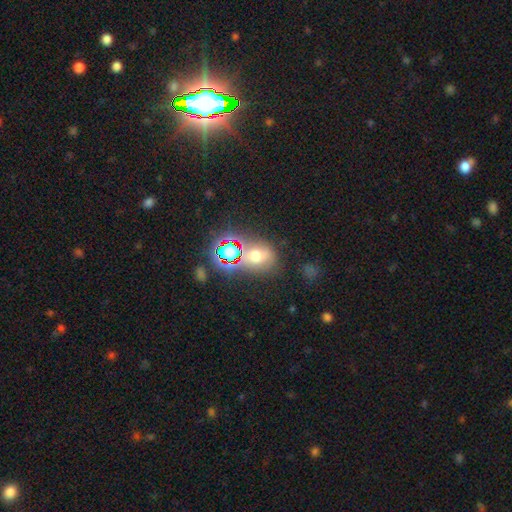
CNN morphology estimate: A smooth galaxy with no disk features (51%) that is round (51%). Merging: none (64%).